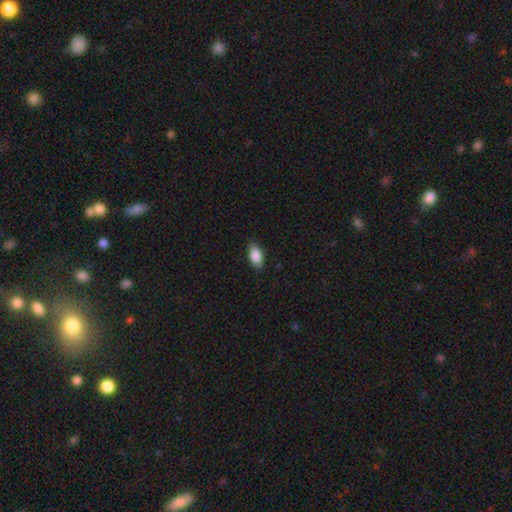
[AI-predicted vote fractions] This appears to be a smooth galaxy with no disk features (87%) that is in between round and cigar-shaped (91%). Merging: none (84%).